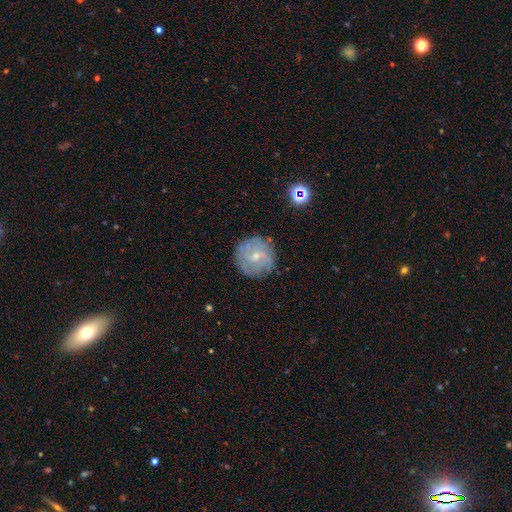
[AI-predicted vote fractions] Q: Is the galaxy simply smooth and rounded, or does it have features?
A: featured or disk — 66%.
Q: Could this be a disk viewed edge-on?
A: no — 97%.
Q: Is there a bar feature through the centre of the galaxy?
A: no — 62%.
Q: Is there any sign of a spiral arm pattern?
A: yes — 85%.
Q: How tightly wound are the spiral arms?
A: tight — 56%.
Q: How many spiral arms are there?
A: can't tell — 46%.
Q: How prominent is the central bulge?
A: small — 73%.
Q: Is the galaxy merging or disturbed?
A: none — 81%.